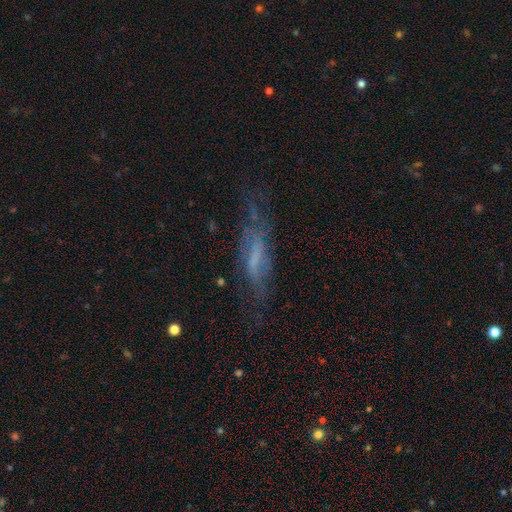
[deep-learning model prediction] Morphology: type=featured or disk (58%); edge-on=no (61%); merging=none (59%).